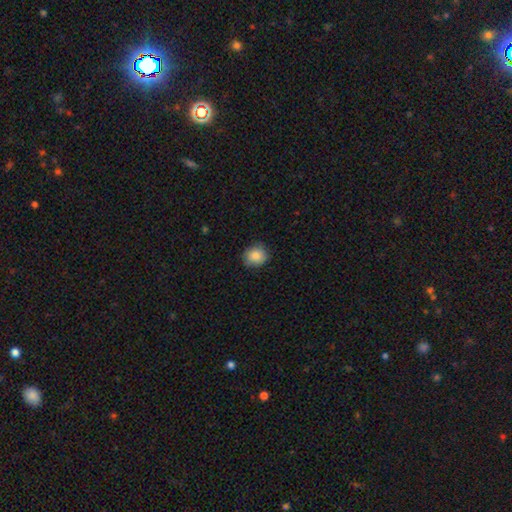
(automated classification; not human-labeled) Smooth or featured: smooth — 85% (star or artifact — 9%)
How rounded: round — 82% (in between — 17%)
Merging: none — 83% (minor disturbance — 14%)